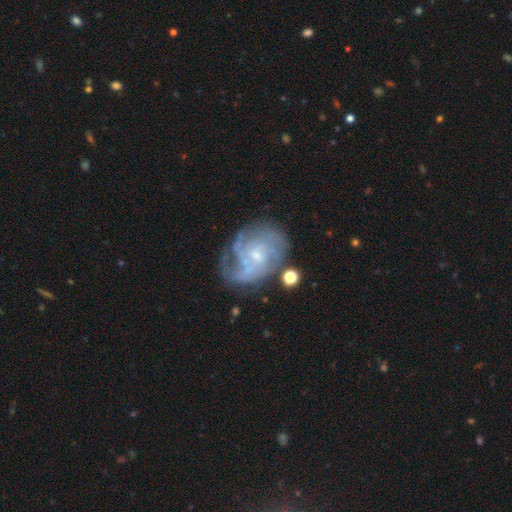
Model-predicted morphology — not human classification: Q: Smooth or featured?
A: featured or disk (85%); runner-up: smooth (8%)
Q: Edge-on disk?
A: no (98%); runner-up: yes (2%)
Q: Bar?
A: no (66%); runner-up: weak (30%)
Q: Spiral arms?
A: yes (95%); runner-up: no (5%)
Q: Spiral winding?
A: tight (51%); runner-up: medium (38%)
Q: Spiral arm count?
A: can't tell (28%); runner-up: 3 (25%)
Q: Bulge size?
A: small (66%); runner-up: moderate (26%)
Q: Merging?
A: none (65%); runner-up: minor disturbance (20%)